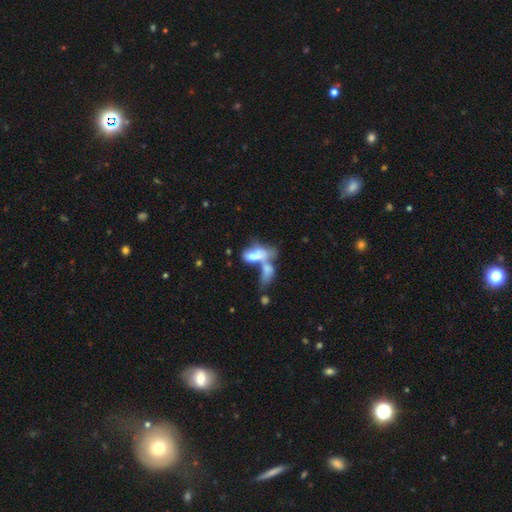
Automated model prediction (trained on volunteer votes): smooth-or-featured: smooth: 60% | featured or disk: 31% | star or artifact: 9%
  how-rounded: in between: 82% | cigar-shaped: 13% | round: 5%
  merging: merger: 71% | none: 11% | major disturbance: 11% | minor disturbance: 7%